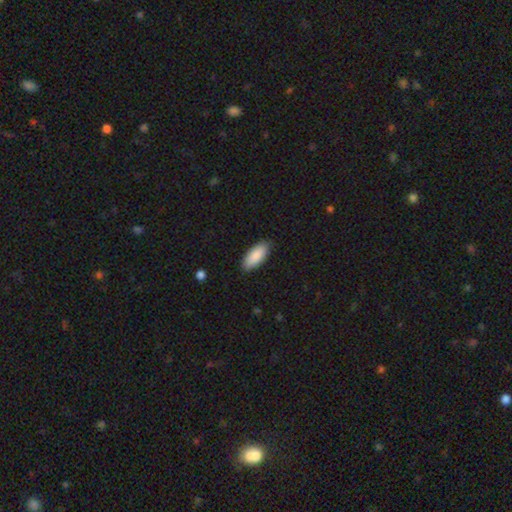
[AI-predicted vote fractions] A smooth galaxy with no disk features (89%) that is in between round and cigar-shaped (86%).

Vote fractions:
- Smooth or featured? smooth: 89% / star or artifact: 6% / featured or disk: 5%
- How rounded? in between: 86% / cigar-shaped: 13% / round: 2%
- Merging? none: 86% / minor disturbance: 11% / major disturbance: 2% / merger: 1%